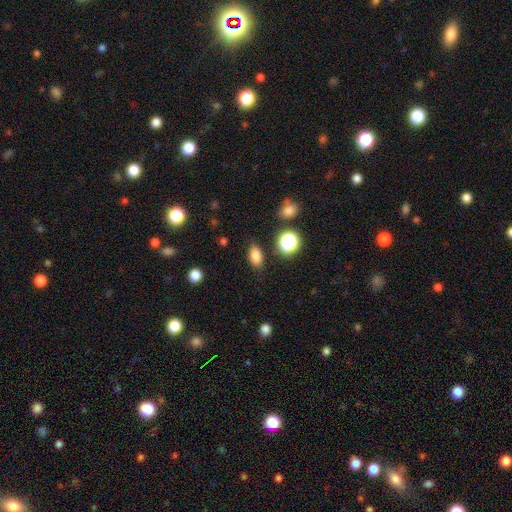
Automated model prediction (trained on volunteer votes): Smooth or featured?
  - smooth: 82% *
  - star or artifact: 12%
  - featured or disk: 5%
How rounded?
  - in between: 85% *
  - round: 12%
  - cigar-shaped: 3%
Merging?
  - none: 84% *
  - minor disturbance: 10%
  - major disturbance: 3%
  - merger: 2%